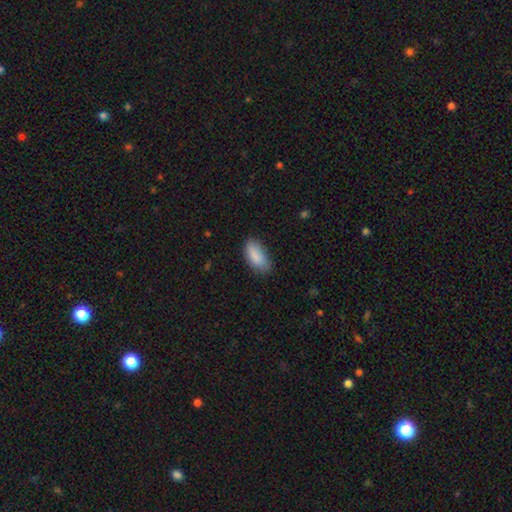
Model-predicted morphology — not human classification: Smooth or featured?
  - smooth: 87% *
  - star or artifact: 7%
  - featured or disk: 6%
How rounded?
  - in between: 88% *
  - cigar-shaped: 10%
  - round: 2%
Merging?
  - none: 77% *
  - minor disturbance: 18%
  - major disturbance: 3%
  - merger: 1%